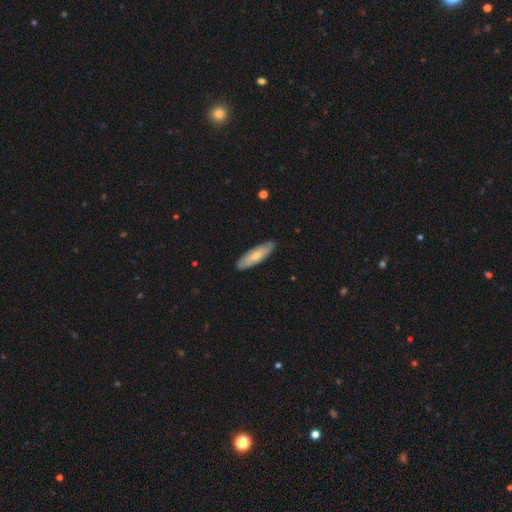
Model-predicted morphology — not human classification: smooth_or_featured: smooth (p=0.62) [alt: featured or disk p=0.32]
how_rounded: cigar-shaped (p=0.54) [alt: in between p=0.45]
merging: none (p=0.86) [alt: minor disturbance p=0.11]